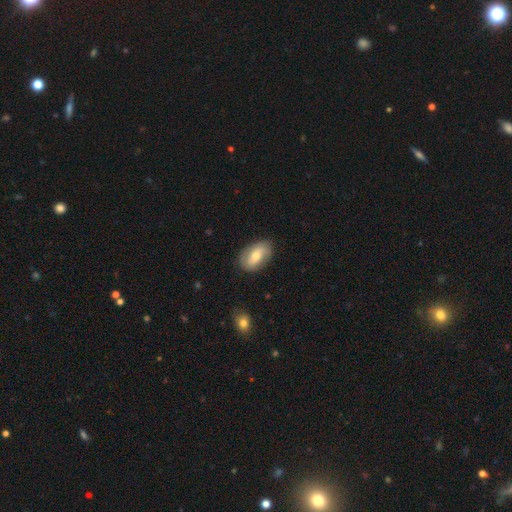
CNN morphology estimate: A smooth galaxy with no disk features (58%) that is in between round and cigar-shaped (90%). Merging: none (81%).